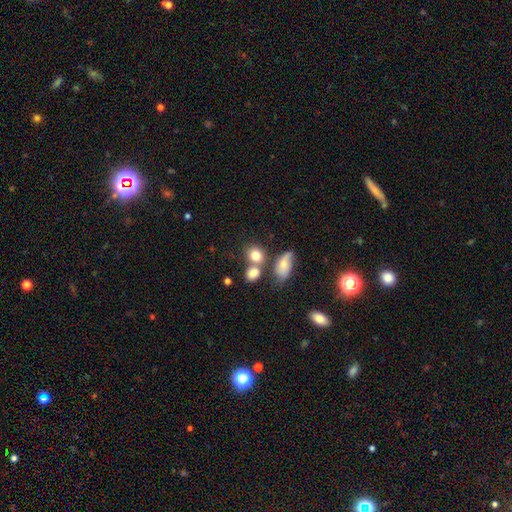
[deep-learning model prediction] smooth 77%, featured or disk 13%, star or artifact 10%. Down the decision tree: how rounded — round (53%); merging — none (49%).